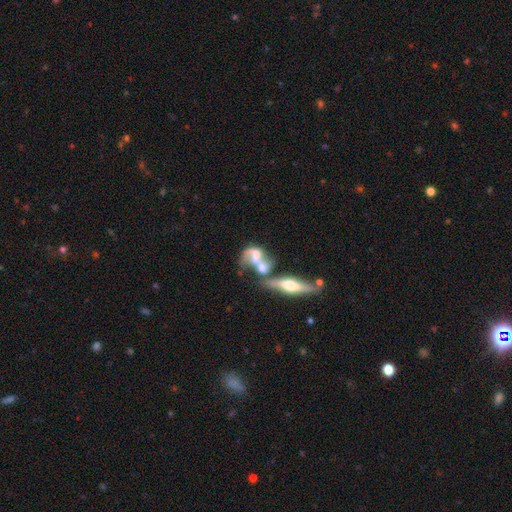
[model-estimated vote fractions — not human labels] This is possibly a featured or disk galaxy (60%). It is clearly not viewed edge-on (82%). Merging: likely merger (63%).